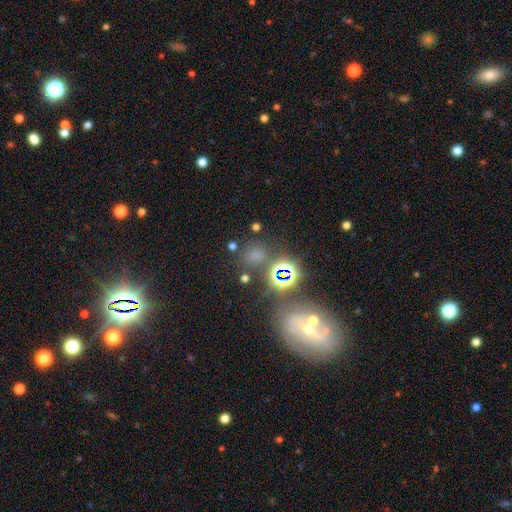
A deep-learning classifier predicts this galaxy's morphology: The model was most divided on "smooth or featured": smooth: 48%, star or artifact: 45%, featured or disk: 8%. More confident: merging — none (70%).